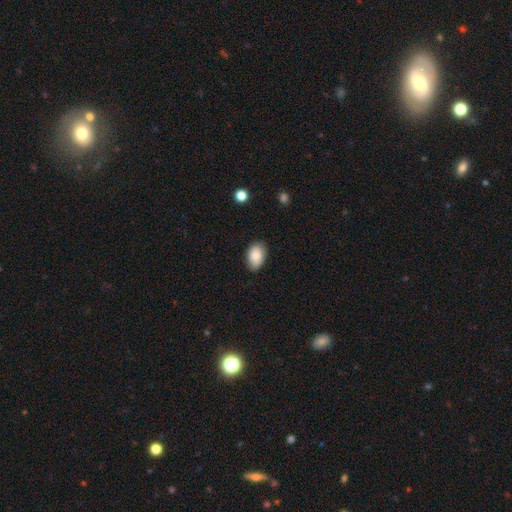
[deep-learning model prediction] This appears to be a smooth galaxy with no disk features (84%) that is in between round and cigar-shaped (88%). Merging: none (81%).